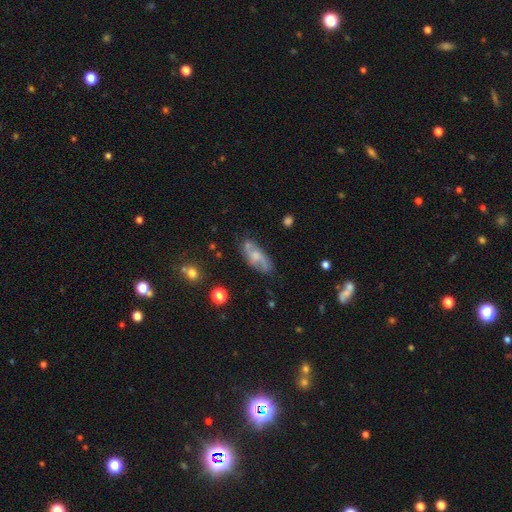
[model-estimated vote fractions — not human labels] A featured or disk galaxy (60%) with no bar (60%), spiral arms (83%) and a moderate central bulge (42%). Merging: none (69%).